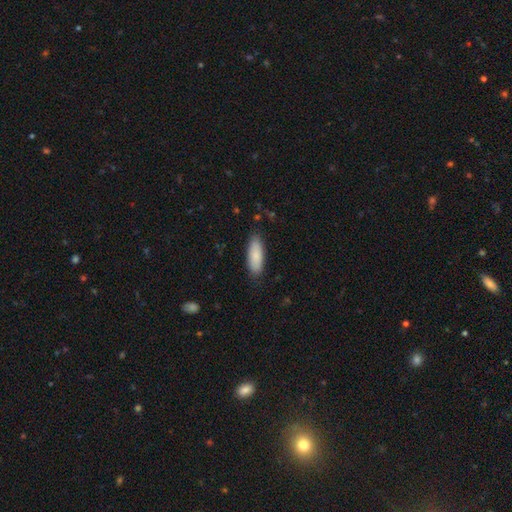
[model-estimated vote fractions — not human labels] A smooth galaxy with no disk features (86%) that is in between round and cigar-shaped (68%).

Vote fractions:
- Smooth or featured? smooth: 86% / featured or disk: 9% / star or artifact: 6%
- How rounded? in between: 68% / cigar-shaped: 30% / round: 2%
- Merging? none: 85% / minor disturbance: 12% / major disturbance: 2% / merger: 1%